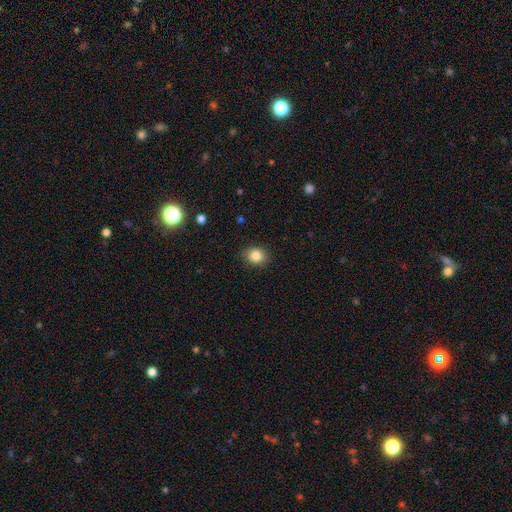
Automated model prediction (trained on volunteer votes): A smooth galaxy with no disk features (85%) that is round (60%).

Vote fractions:
- Smooth or featured? smooth: 85% / star or artifact: 10% / featured or disk: 5%
- How rounded? round: 60% / in between: 39% / cigar-shaped: 1%
- Merging? none: 88% / minor disturbance: 8% / major disturbance: 2% / merger: 1%